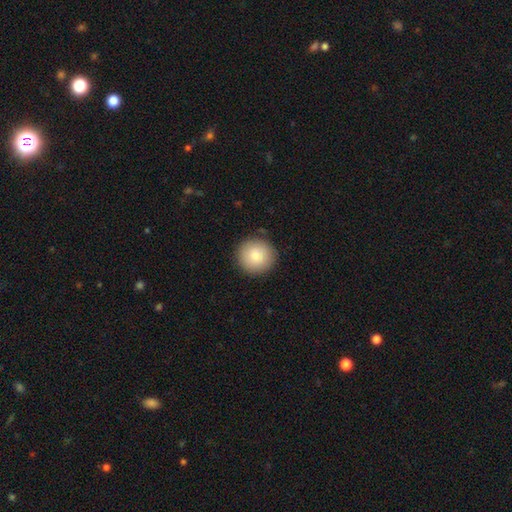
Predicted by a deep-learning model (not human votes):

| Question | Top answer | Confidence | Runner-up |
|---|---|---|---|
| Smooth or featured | smooth | 82% | featured or disk (10%) |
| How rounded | round | 95% | in between (5%) |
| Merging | none | 89% | minor disturbance (7%) |